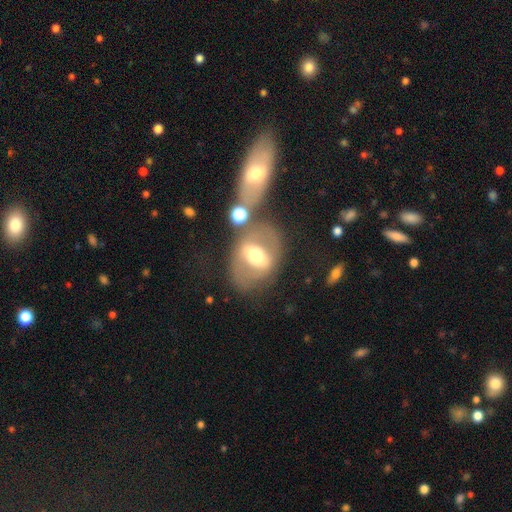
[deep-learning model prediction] featured or disk 61%, smooth 32%, star or artifact 7%. Down the decision tree: edge-on disk — no (88%); bar — strong (50%); spiral arms — no (66%); bulge size — moderate (66%); merging — none (56%).